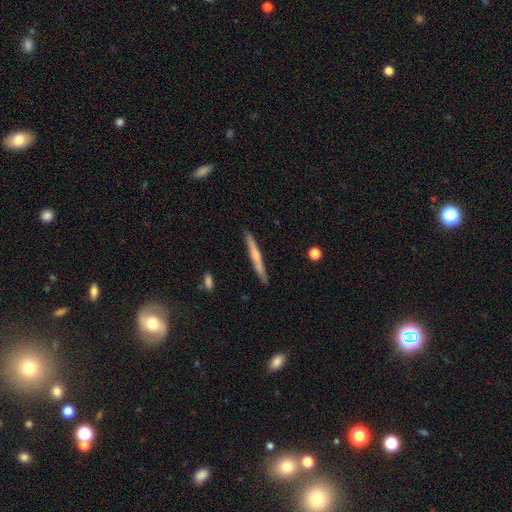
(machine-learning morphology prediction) type=featured or disk (53%); edge-on=yes (96%); edge-on bulge=rounded (52%); merging=none (89%).